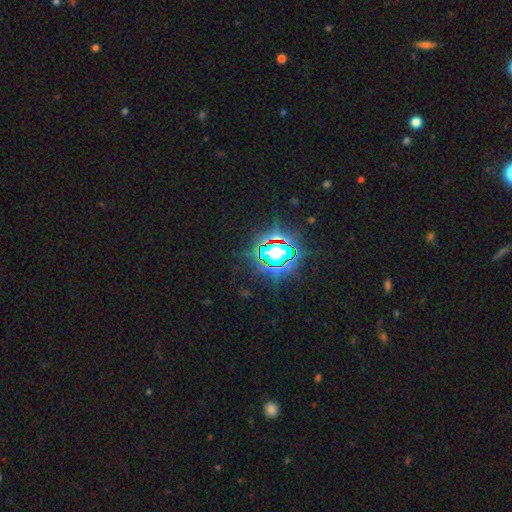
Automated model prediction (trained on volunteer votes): Smooth or featured? Predicted: star or artifact (p=0.76).